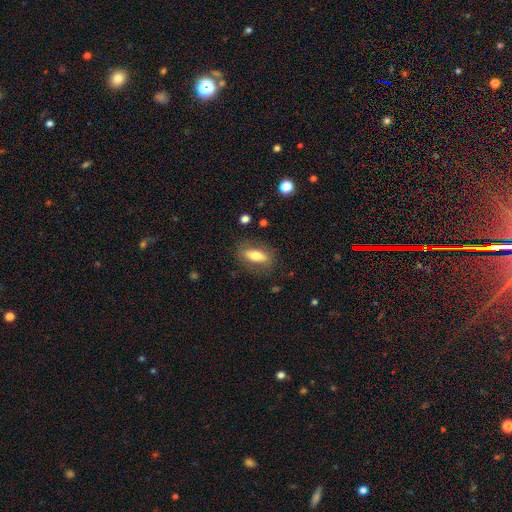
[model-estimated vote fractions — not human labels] Morphology: type=smooth (68%); roundness=in between (71%); merging=none (81%).